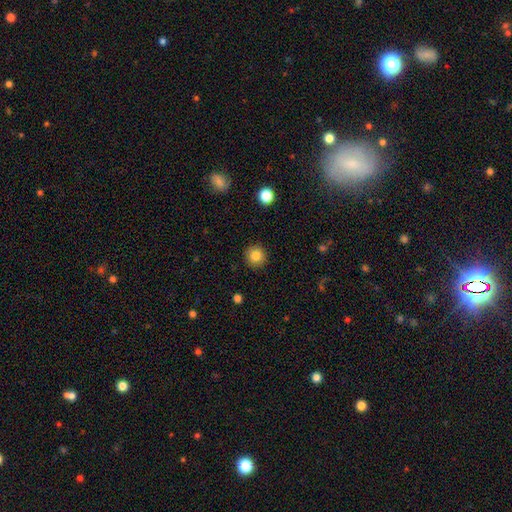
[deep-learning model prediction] Smooth or featured?
  - smooth: 84% *
  - star or artifact: 10%
  - featured or disk: 5%
How rounded?
  - round: 94% *
  - in between: 6%
  - cigar-shaped: 1%
Merging?
  - none: 91% *
  - minor disturbance: 6%
  - major disturbance: 2%
  - merger: 1%